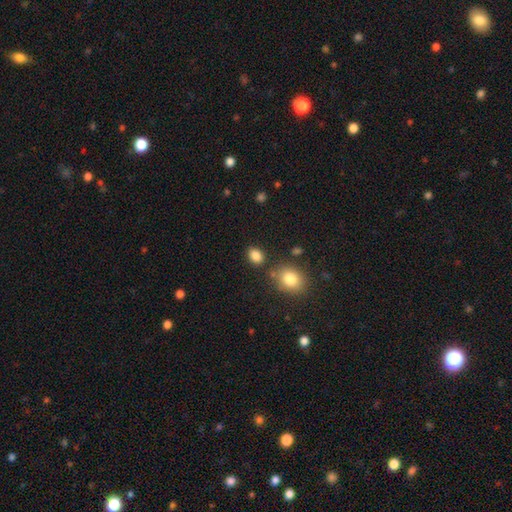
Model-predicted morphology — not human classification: smooth-or-featured: smooth: 86% | star or artifact: 10% | featured or disk: 4%
  how-rounded: in between: 66% | round: 33% | cigar-shaped: 1%
  merging: none: 78% | minor disturbance: 12% | merger: 7% | major disturbance: 3%